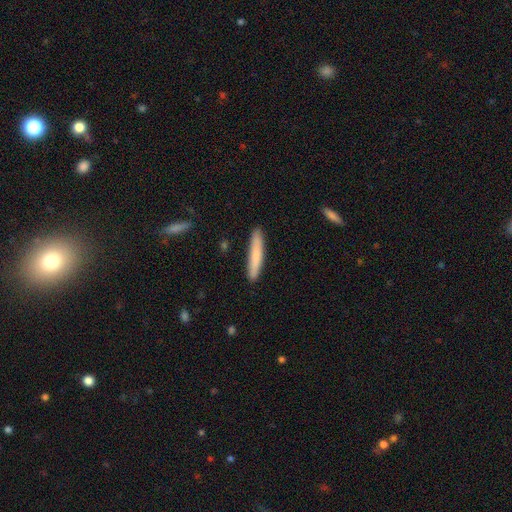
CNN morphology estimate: type=smooth (72%); roundness=cigar-shaped (93%); merging=none (89%).